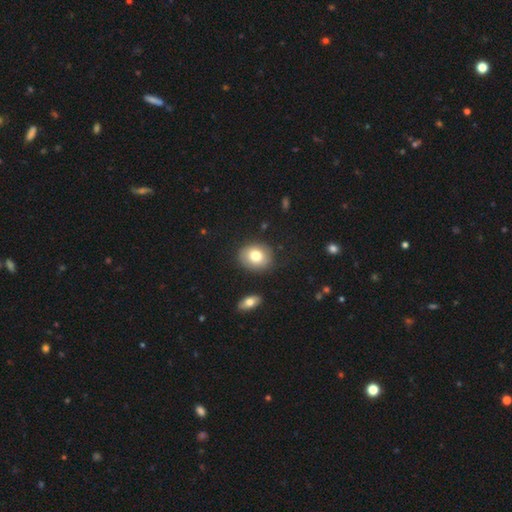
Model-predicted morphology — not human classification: Smooth or featured?
  - smooth: 78% *
  - featured or disk: 14%
  - star or artifact: 8%
How rounded?
  - round: 58% *
  - in between: 41%
  - cigar-shaped: 1%
Merging?
  - none: 84% *
  - minor disturbance: 10%
  - major disturbance: 3%
  - merger: 3%